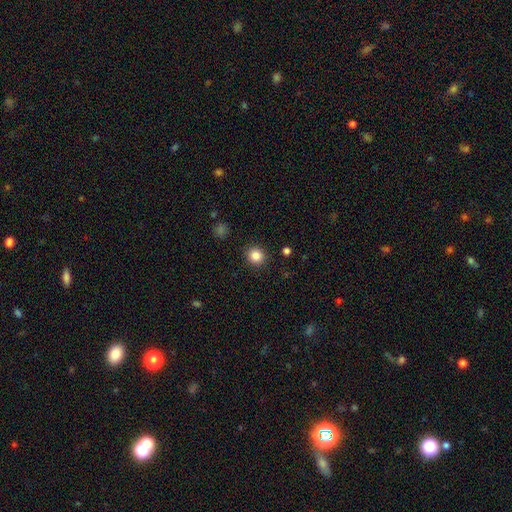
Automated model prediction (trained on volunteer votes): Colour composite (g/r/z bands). It shows a smooth galaxy with no disk features (85%) that is round (90%). Merging: none (91%).